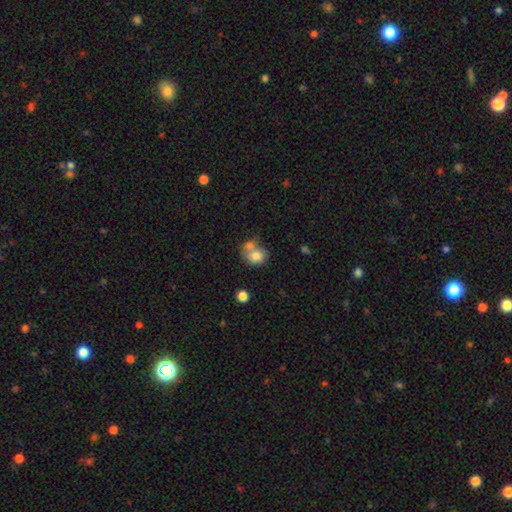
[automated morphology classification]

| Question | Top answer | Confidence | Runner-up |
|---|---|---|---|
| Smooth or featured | smooth | 78% | featured or disk (14%) |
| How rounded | round | 62% | in between (38%) |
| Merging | merger | 52% | none (32%) |